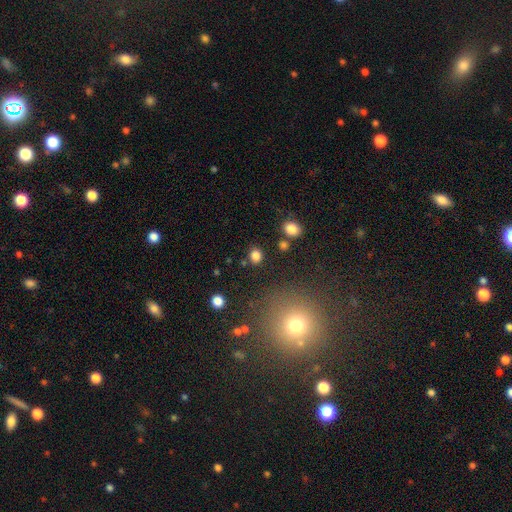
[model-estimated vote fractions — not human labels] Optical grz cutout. It shows a smooth galaxy with no disk features (83%) that is round (72%). Merging: none (84%).